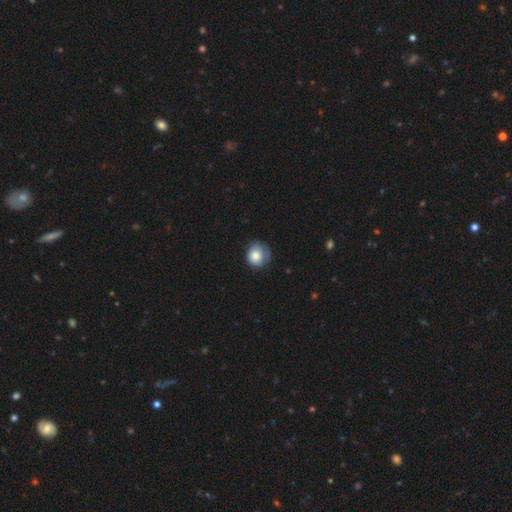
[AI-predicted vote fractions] Overall: smooth (78%). How rounded: round (80%). Merging: none (57%; minor disturbance 31%).